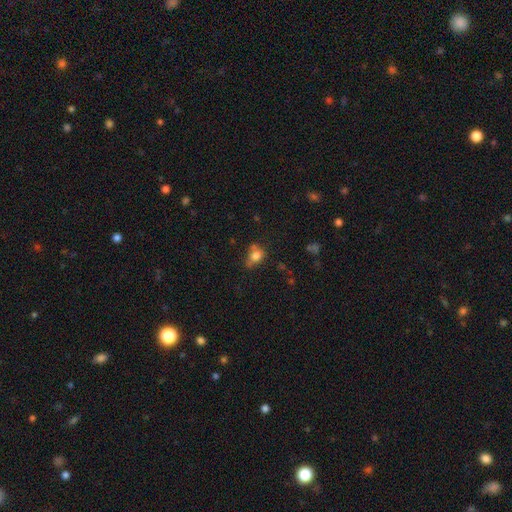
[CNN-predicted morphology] A smooth galaxy with no disk features (77%) that is in between round and cigar-shaped (52%).

Vote fractions:
- Smooth or featured? smooth: 77% / star or artifact: 12% / featured or disk: 11%
- How rounded? in between: 52% / round: 47% / cigar-shaped: 2%
- Merging? none: 43% / minor disturbance: 28% / merger: 18% / major disturbance: 11%